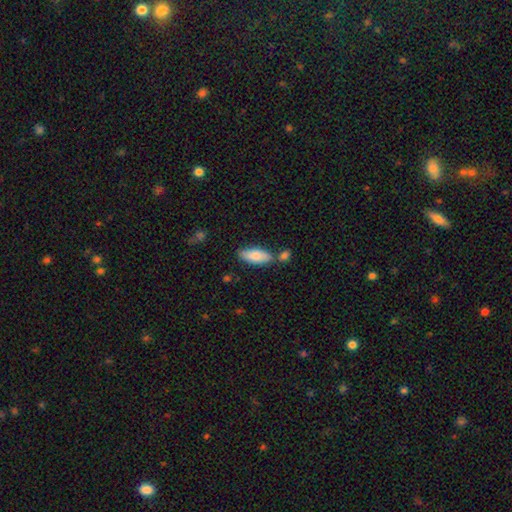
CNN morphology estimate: Smooth or featured? smooth (79%)
How rounded? in between (79%)
Merging? none (68%)